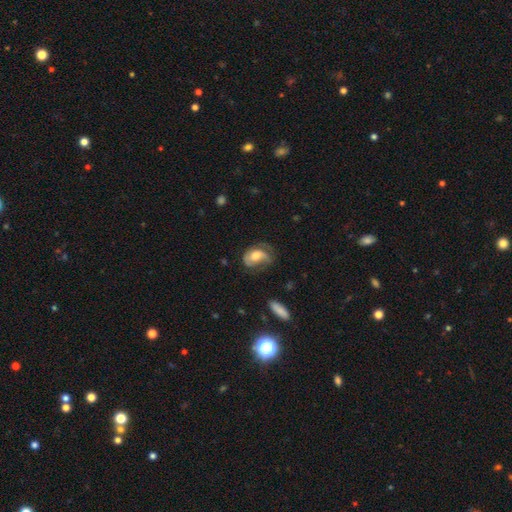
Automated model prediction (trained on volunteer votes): This appears to be a featured or disk galaxy (54%) with no bar (62%), spiral arms (80%) and a moderate central bulge (47%). Merging: none (39%).